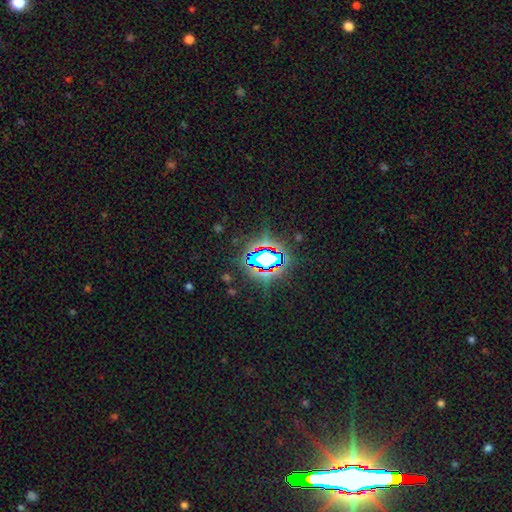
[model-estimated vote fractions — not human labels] A star or artifact, not a galaxy (83%).